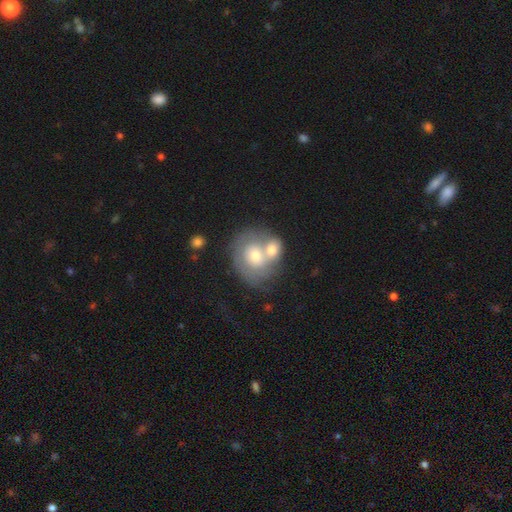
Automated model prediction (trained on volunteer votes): Smooth or featured?
  - smooth: 47% *
  - featured or disk: 46%
  - star or artifact: 7%
Merging?
  - merger: 63% *
  - none: 22%
  - minor disturbance: 9%
  - major disturbance: 6%